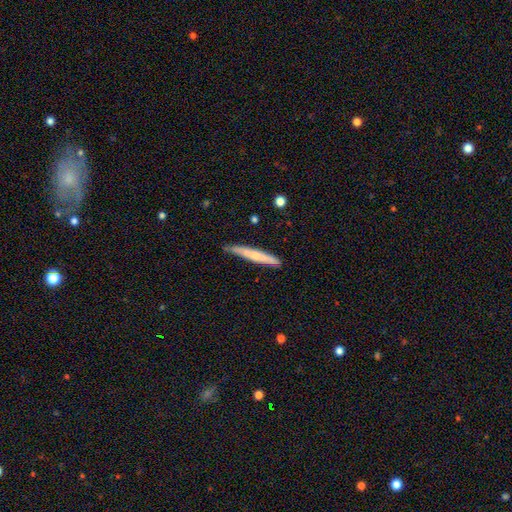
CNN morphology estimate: Smooth or featured? Predicted: smooth (p=0.60). How rounded? Predicted: cigar-shaped (p=0.96). Merging? Predicted: none (p=0.81).